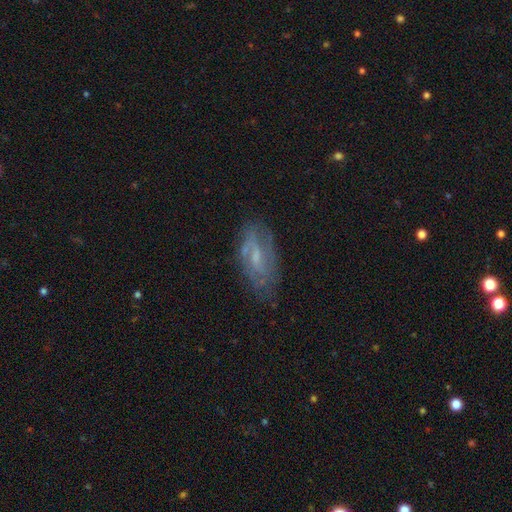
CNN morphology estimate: featured or disk 64%, smooth 26%, star or artifact 10%. Down the decision tree: edge-on disk — no (89%); bar — weak (52%); spiral arms — yes (75%); bulge size — small (51%); merging — none (70%).